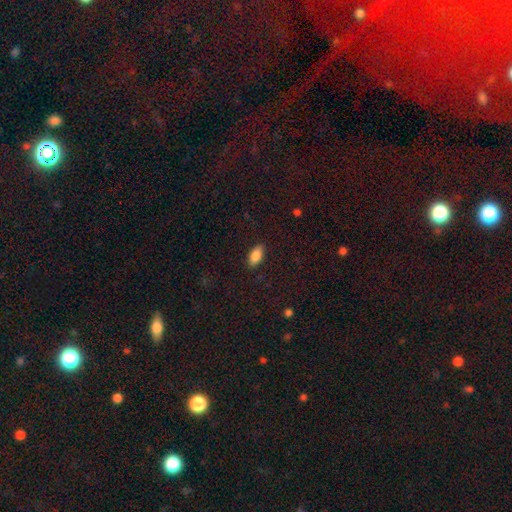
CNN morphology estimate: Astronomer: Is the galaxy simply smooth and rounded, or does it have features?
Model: smooth — 85%.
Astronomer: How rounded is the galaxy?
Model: in between — 90%.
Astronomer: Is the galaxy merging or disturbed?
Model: none — 88%.